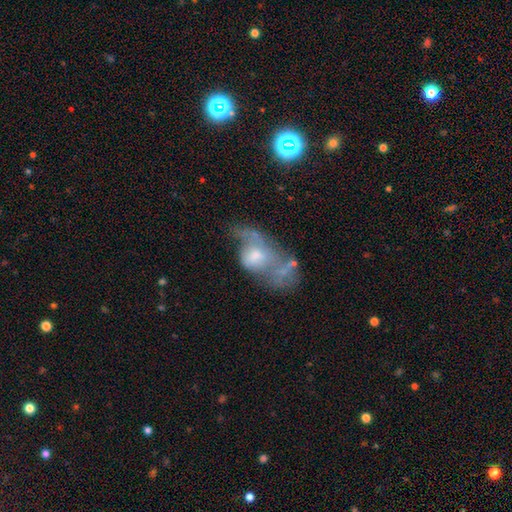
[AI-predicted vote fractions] Smooth or featured?
  - featured or disk: 57% *
  - smooth: 31%
  - star or artifact: 12%
Edge-on disk?
  - no: 95% *
  - yes: 5%
Bar?
  - no: 75% *
  - weak: 21%
  - strong: 4%
Spiral arms?
  - no: 60% *
  - yes: 40%
Bulge size?
  - moderate: 44% *
  - small: 30%
  - none: 15%
  - large: 9%
  - dominant: 2%
Merging?
  - major disturbance: 42% *
  - none: 21%
  - merger: 20%
  - minor disturbance: 18%